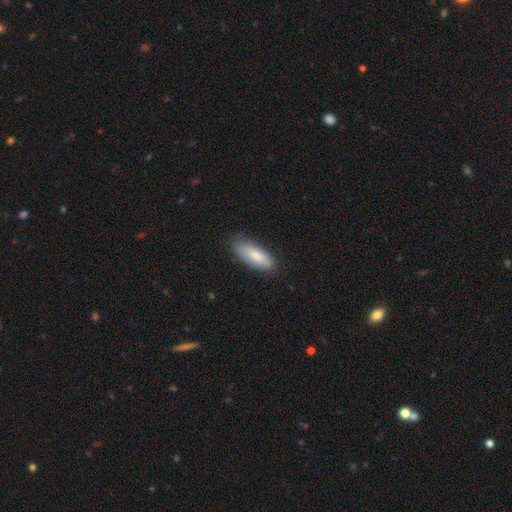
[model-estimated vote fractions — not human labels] A smooth galaxy with no disk features (81%) that is in between round and cigar-shaped (70%).

Vote fractions:
- Smooth or featured? smooth: 81% / featured or disk: 13% / star or artifact: 6%
- How rounded? in between: 70% / cigar-shaped: 28% / round: 2%
- Merging? none: 78% / minor disturbance: 18% / major disturbance: 3% / merger: 1%